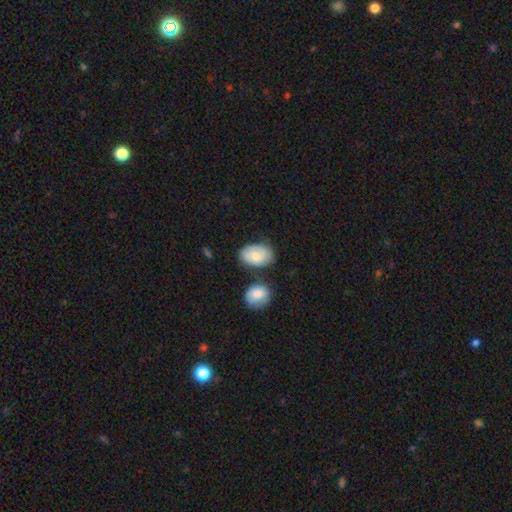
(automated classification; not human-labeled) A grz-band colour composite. It shows a smooth galaxy with no disk features (63%) that is in between round and cigar-shaped (84%). Merging: none (61%).